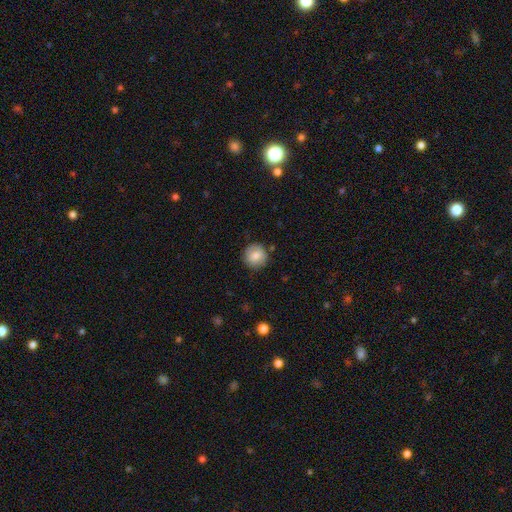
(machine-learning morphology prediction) smooth_or_featured: smooth (p=0.81) [alt: featured or disk p=0.11]
how_rounded: round (p=0.92) [alt: in between p=0.07]
merging: none (p=0.85) [alt: minor disturbance p=0.11]